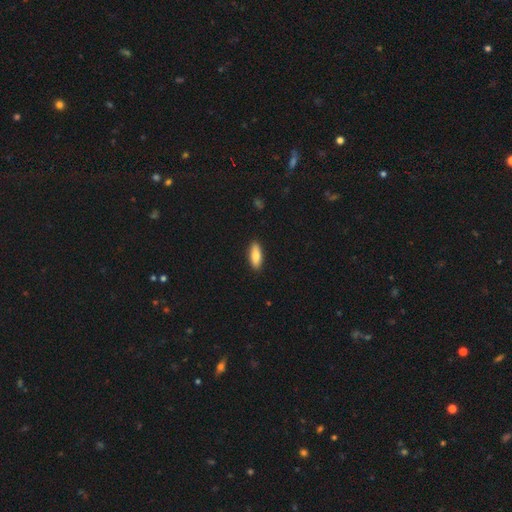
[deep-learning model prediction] A smooth galaxy with no disk features (81%) that is in between round and cigar-shaped (68%). Merging: none (90%).